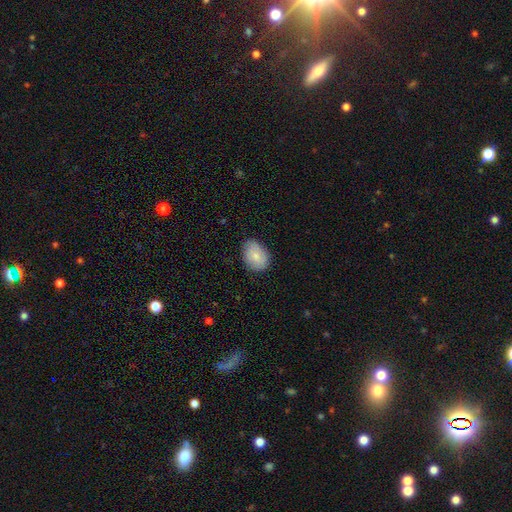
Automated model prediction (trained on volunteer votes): Smooth or featured?
  - smooth: 80% *
  - featured or disk: 13%
  - star or artifact: 6%
How rounded?
  - in between: 81% *
  - round: 18%
  - cigar-shaped: 1%
Merging?
  - none: 73% *
  - minor disturbance: 23%
  - major disturbance: 4%
  - merger: 1%